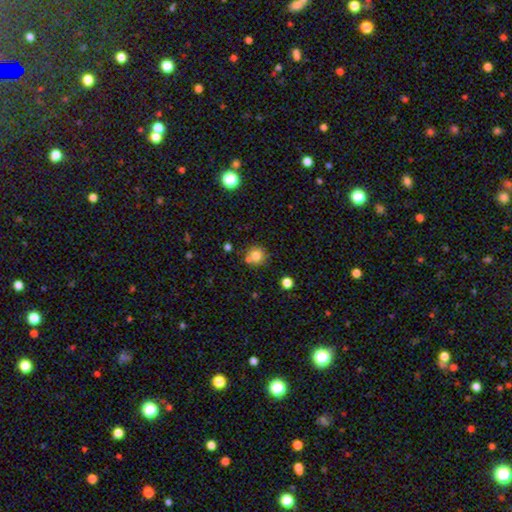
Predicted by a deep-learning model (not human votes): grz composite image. It shows a smooth galaxy with no disk features (78%) that is round (90%). Merging: none (69%).